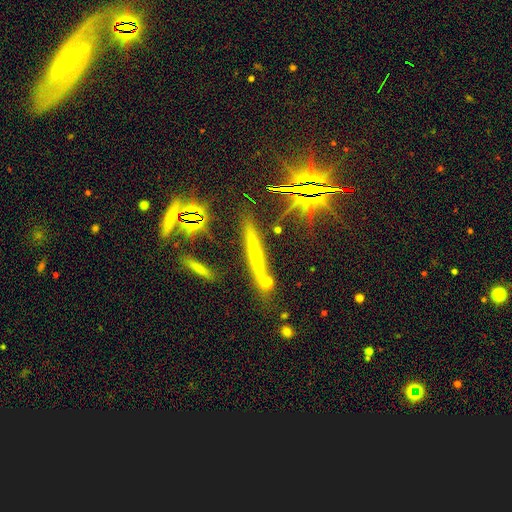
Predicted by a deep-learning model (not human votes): Smooth or featured?
  - featured or disk: 40% *
  - smooth: 38%
  - star or artifact: 22%
Merging?
  - none: 77% *
  - minor disturbance: 11%
  - merger: 9%
  - major disturbance: 3%